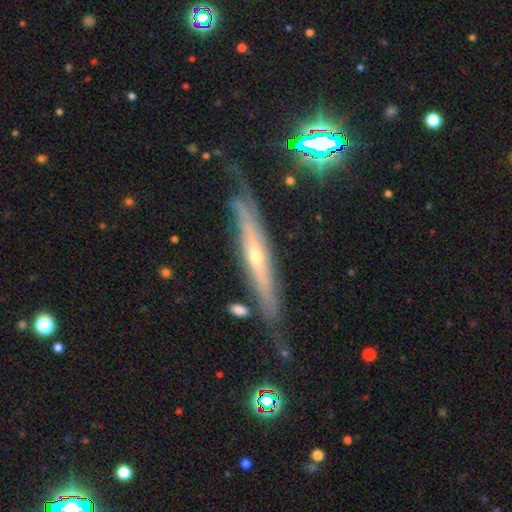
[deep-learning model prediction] Smooth or featured?
  - featured or disk: 77% *
  - smooth: 14%
  - star or artifact: 8%
Edge-on disk?
  - yes: 82% *
  - no: 18%
Edge-on bulge?
  - rounded: 65% *
  - none: 32%
  - boxy: 3%
Merging?
  - none: 71% *
  - minor disturbance: 20%
  - major disturbance: 6%
  - merger: 3%